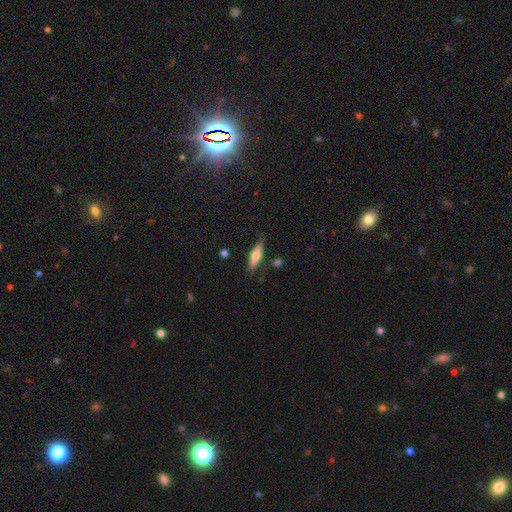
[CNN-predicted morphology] Smooth or featured: smooth — 55% (featured or disk — 39%)
How rounded: cigar-shaped — 65% (in between — 32%)
Merging: none — 81% (minor disturbance — 13%)